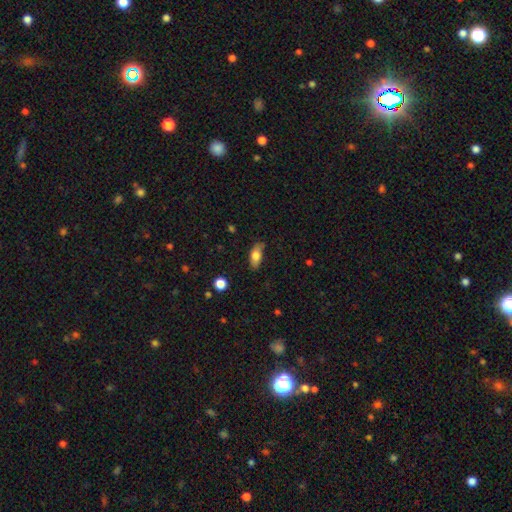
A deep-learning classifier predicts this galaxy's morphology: A smooth galaxy with no disk features (77%) that is in between round and cigar-shaped (83%). Merging: none (75%).